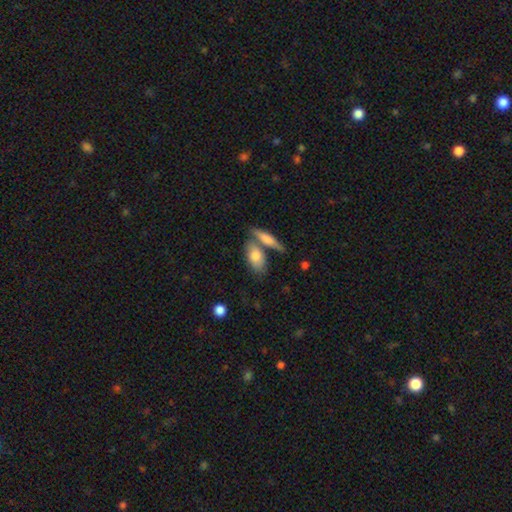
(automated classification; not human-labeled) smooth_or_featured: smooth (p=0.75) [alt: featured or disk p=0.19]
how_rounded: in between (p=0.82) [alt: cigar-shaped p=0.13]
merging: none (p=0.48) [alt: merger p=0.35]